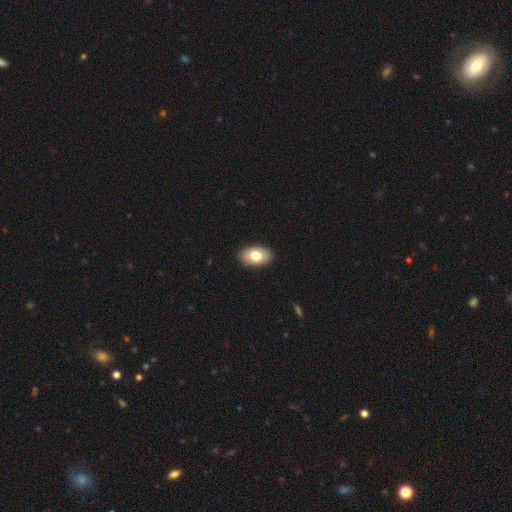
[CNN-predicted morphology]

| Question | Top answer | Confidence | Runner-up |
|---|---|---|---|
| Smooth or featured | smooth | 76% | featured or disk (17%) |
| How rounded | in between | 89% | round (9%) |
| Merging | none | 89% | minor disturbance (8%) |